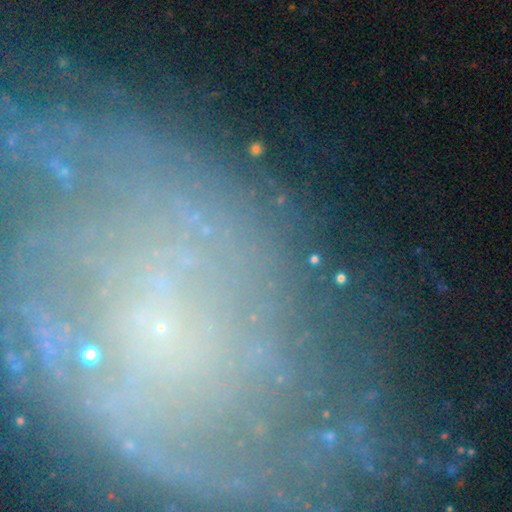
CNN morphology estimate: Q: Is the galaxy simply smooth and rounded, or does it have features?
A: featured or disk — 40%.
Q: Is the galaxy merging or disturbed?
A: none — 75%.